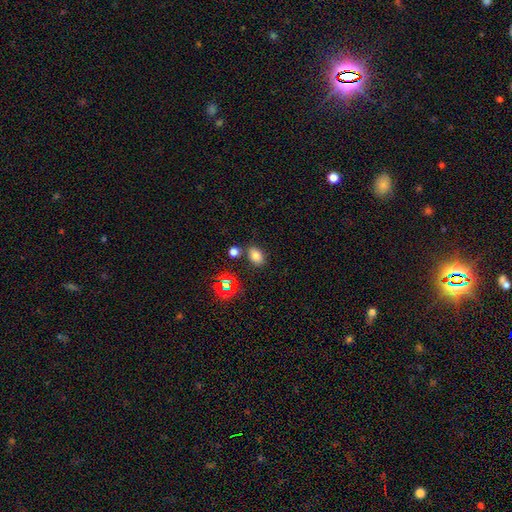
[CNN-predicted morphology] This is likely a smooth galaxy (74%). How rounded: likely in between (78%). Merging: likely none (76%).